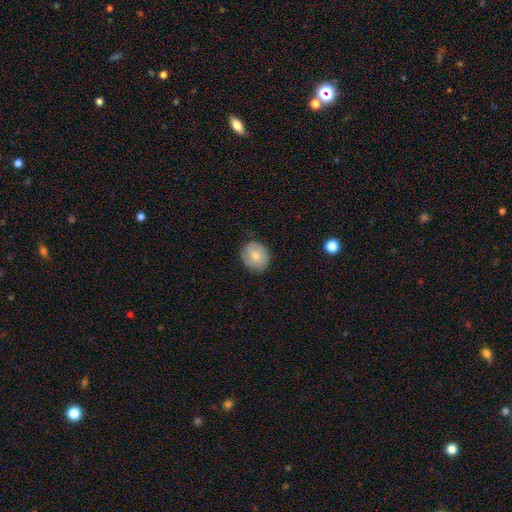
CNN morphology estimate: Smooth or featured?
  - smooth: 77% *
  - featured or disk: 16%
  - star or artifact: 7%
How rounded?
  - round: 74% *
  - in between: 25%
  - cigar-shaped: 1%
Merging?
  - none: 83% *
  - minor disturbance: 14%
  - major disturbance: 3%
  - merger: 1%